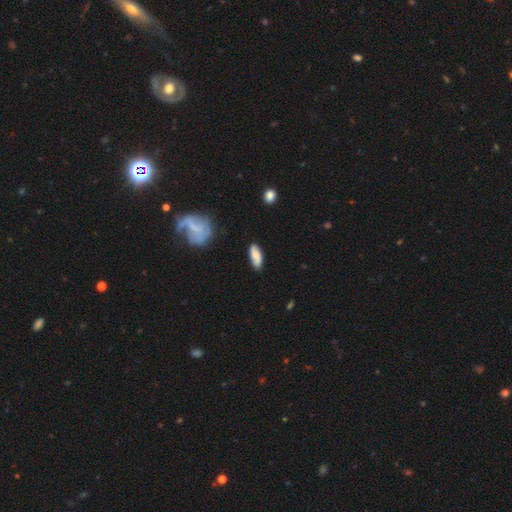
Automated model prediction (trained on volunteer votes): Overall: smooth (71%). How rounded: in between (70%). Merging: none (78%).